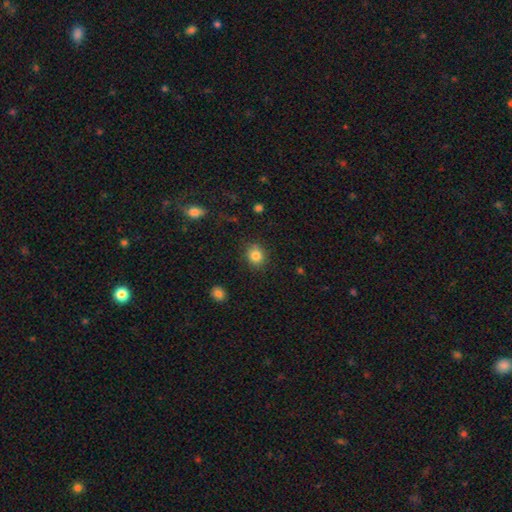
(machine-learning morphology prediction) The model was most divided on "how rounded": round: 75%, in between: 24%, cigar-shaped: 1%. More confident: merging — none (83%); smooth or featured — smooth (83%).